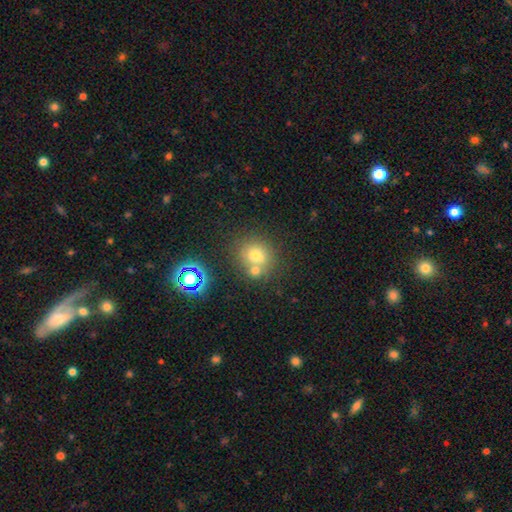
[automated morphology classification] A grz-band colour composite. It shows a smooth galaxy with no disk features (65%) that is round (79%). Merging: none (48%).